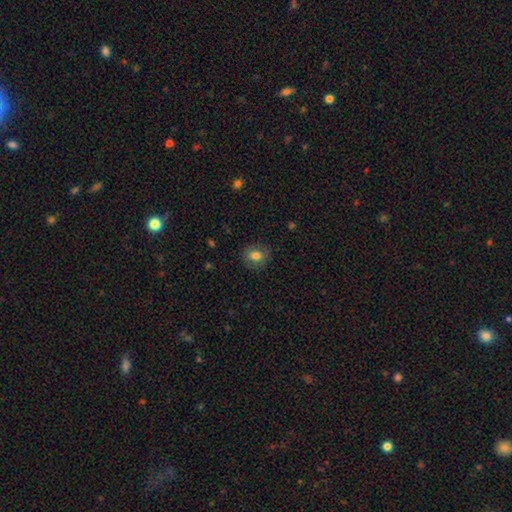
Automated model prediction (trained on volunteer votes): Smooth or featured?
  - smooth: 78% *
  - featured or disk: 12%
  - star or artifact: 10%
How rounded?
  - round: 64% *
  - in between: 35%
  - cigar-shaped: 1%
Merging?
  - none: 83% *
  - minor disturbance: 12%
  - major disturbance: 4%
  - merger: 1%